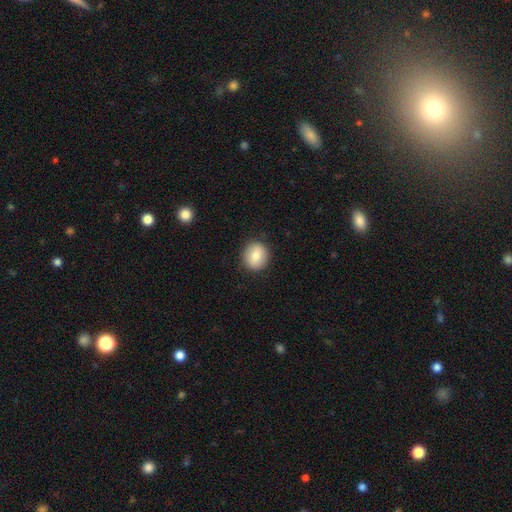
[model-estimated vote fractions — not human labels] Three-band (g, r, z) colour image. It shows a smooth galaxy with no disk features (79%) that is round (86%). Merging: none (89%).